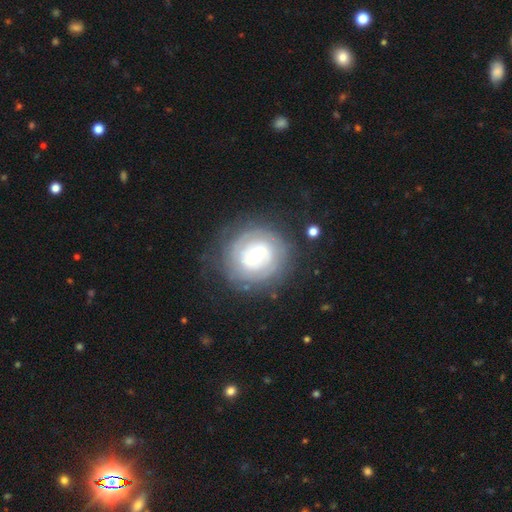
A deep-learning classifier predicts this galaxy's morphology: type=featured or disk (75%); edge-on=no (97%); bar=weak (49%); spiral arms=yes (76%); winding=tight (74%); arm count=can't tell (47%); bulge=moderate (53%); merging=none (79%).